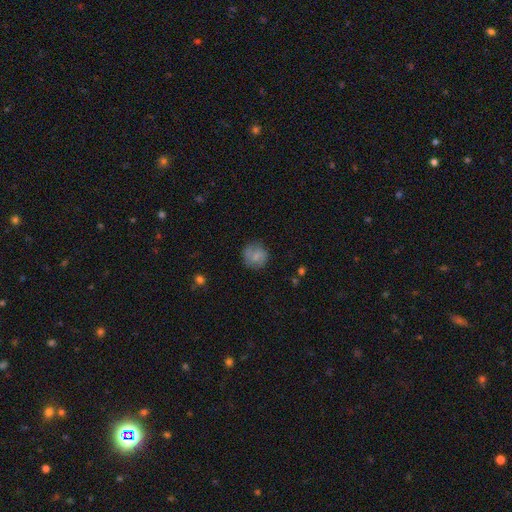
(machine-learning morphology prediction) This appears to be a smooth galaxy with no disk features (73%) that is round (87%). Merging: none (74%).